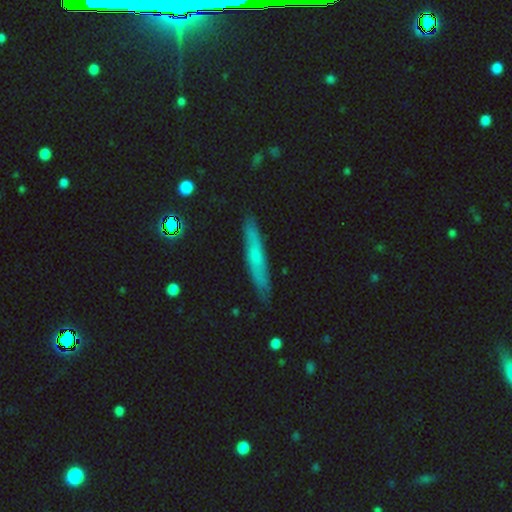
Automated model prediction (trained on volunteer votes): Smooth or featured?
  - smooth: 53% *
  - featured or disk: 39%
  - star or artifact: 8%
How rounded?
  - cigar-shaped: 91% *
  - in between: 7%
  - round: 2%
Merging?
  - none: 85% *
  - minor disturbance: 11%
  - major disturbance: 2%
  - merger: 1%